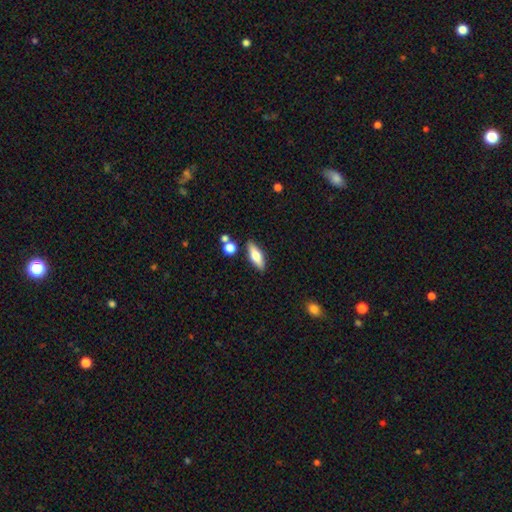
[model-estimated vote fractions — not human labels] This appears to be a smooth galaxy with no disk features (62%) that is in between round and cigar-shaped (57%). Merging: none (82%).